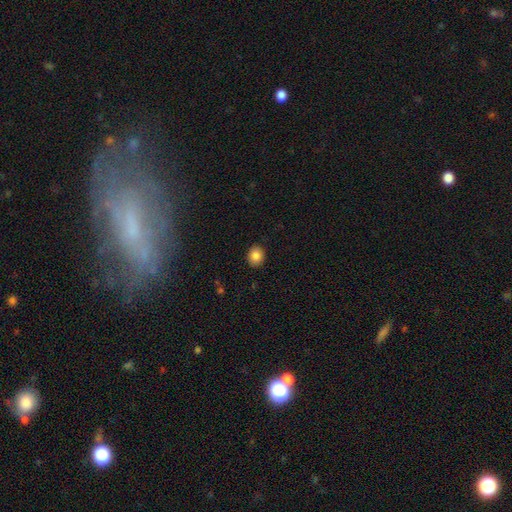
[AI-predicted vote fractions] Overall: smooth (86%). How rounded: round (56%; in between 43%). Merging: none (90%).